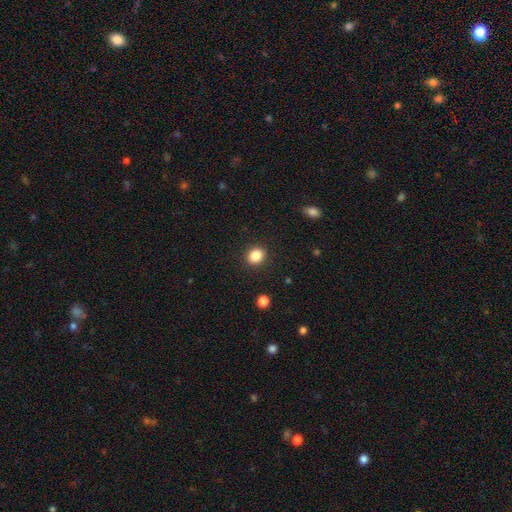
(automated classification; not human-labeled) This appears to be a smooth galaxy with no disk features (86%) that is round (63%). Merging: none (90%).